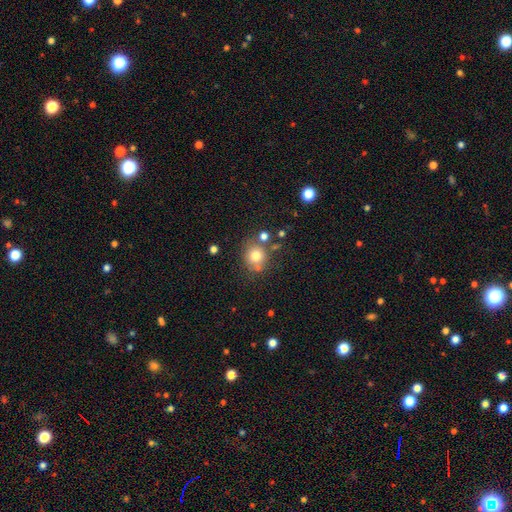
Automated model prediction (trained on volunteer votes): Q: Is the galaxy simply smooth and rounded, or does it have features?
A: smooth — 75%.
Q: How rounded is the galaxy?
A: round — 82%.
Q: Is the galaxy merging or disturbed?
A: none — 69%.